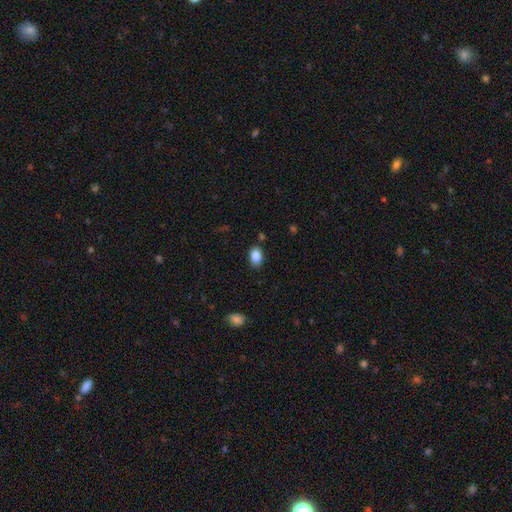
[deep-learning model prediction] This appears to be a smooth galaxy with no disk features (87%) that is in between round and cigar-shaped (85%). Merging: none (83%).